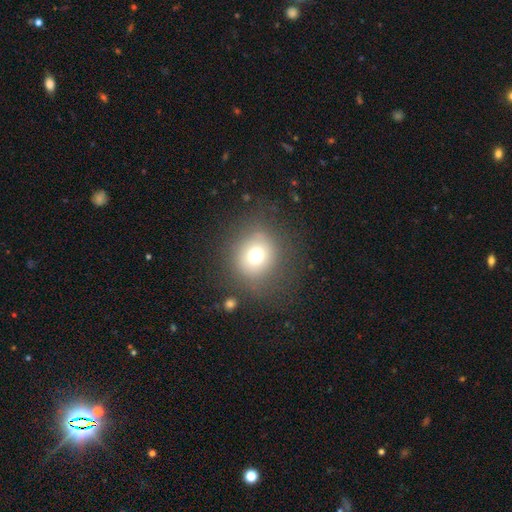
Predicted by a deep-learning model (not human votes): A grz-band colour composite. It shows a smooth galaxy with no disk features (70%) that is round (83%). Merging: none (78%).